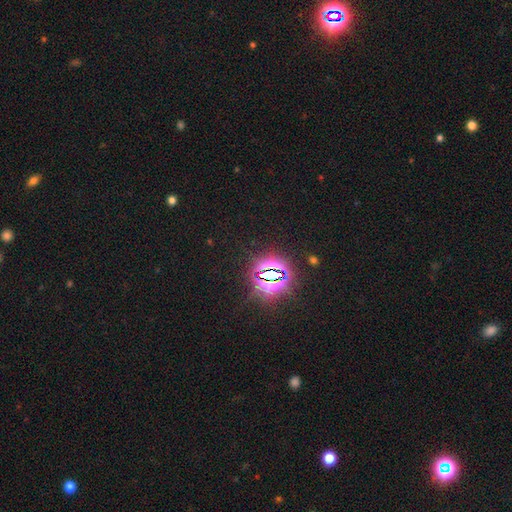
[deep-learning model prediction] The model was most divided on "smooth or featured": star or artifact: 80%, smooth: 14%, featured or disk: 6%.